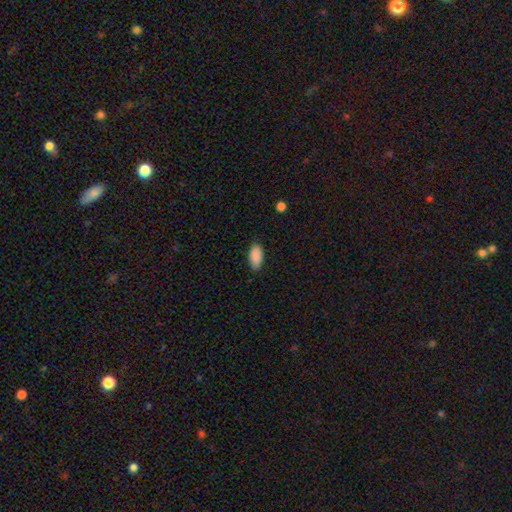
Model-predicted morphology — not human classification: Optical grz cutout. It shows a smooth galaxy with no disk features (90%) that is in between round and cigar-shaped (92%). Merging: none (84%).